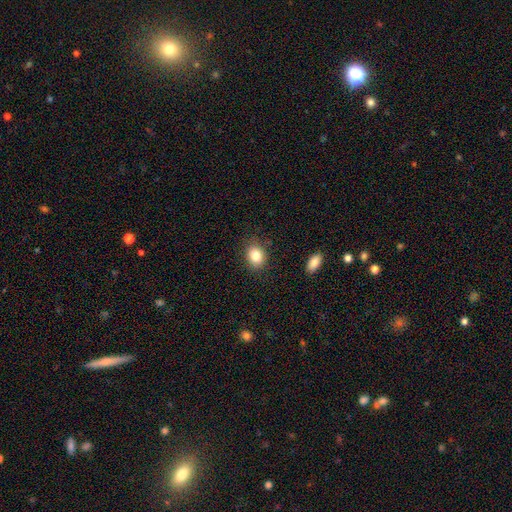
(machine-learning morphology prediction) Smooth or featured? smooth (84%)
How rounded? in between (53%)
Merging? none (85%)